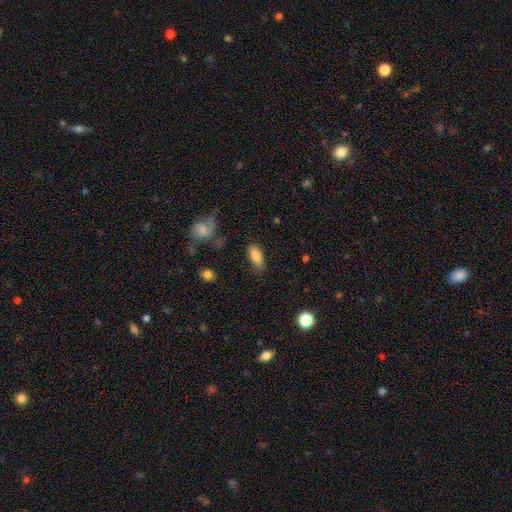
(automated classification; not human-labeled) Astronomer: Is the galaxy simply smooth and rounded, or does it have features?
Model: smooth — 82%.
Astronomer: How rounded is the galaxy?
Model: in between — 86%.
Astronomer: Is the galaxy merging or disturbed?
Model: none — 77%.